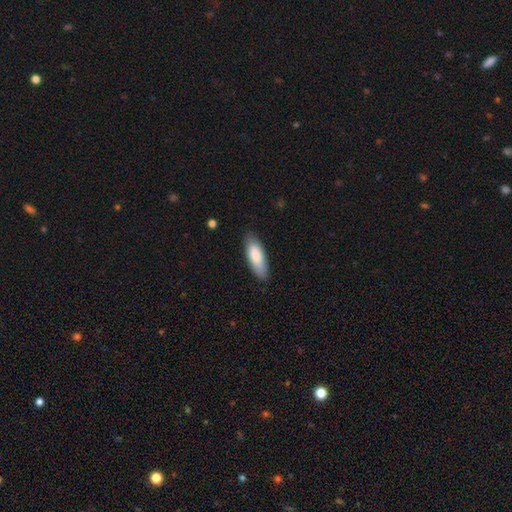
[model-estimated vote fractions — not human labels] smooth 84%, featured or disk 11%, star or artifact 5%. Down the decision tree: how rounded — in between (59%); merging — none (85%).